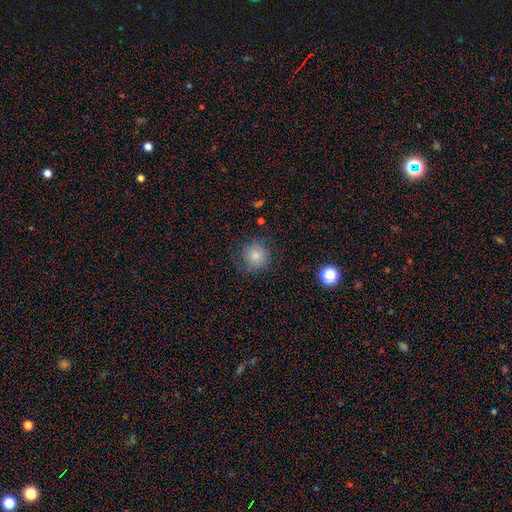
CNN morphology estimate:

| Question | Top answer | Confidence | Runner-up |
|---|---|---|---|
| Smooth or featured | smooth | 80% | star or artifact (11%) |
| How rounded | round | 91% | in between (8%) |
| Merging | none | 77% | minor disturbance (16%) |